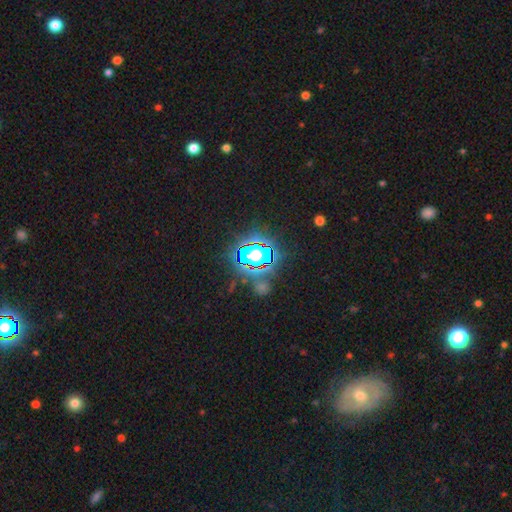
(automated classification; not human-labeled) star or artifact 66%, smooth 22%, featured or disk 12%.